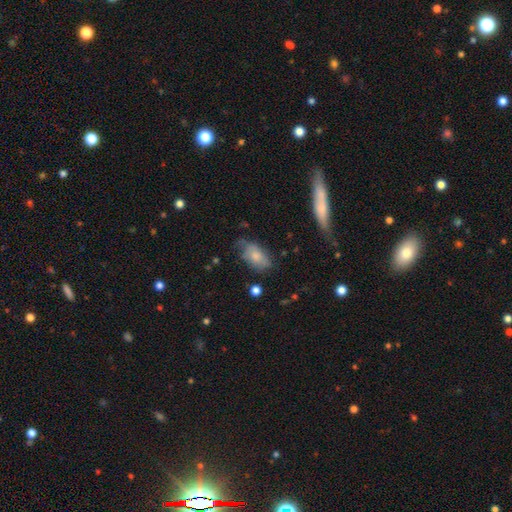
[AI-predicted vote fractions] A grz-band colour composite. It shows a smooth galaxy with no disk features (72%) that is in between round and cigar-shaped (91%). Merging: none (52%).